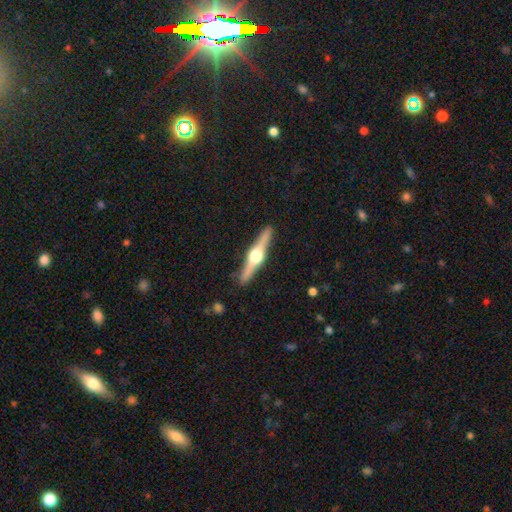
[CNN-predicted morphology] Q: Smooth or featured?
A: featured or disk (82%); runner-up: smooth (13%)
Q: Edge-on disk?
A: yes (98%); runner-up: no (2%)
Q: Edge-on bulge?
A: rounded (96%); runner-up: boxy (3%)
Q: Merging?
A: none (91%); runner-up: minor disturbance (7%)